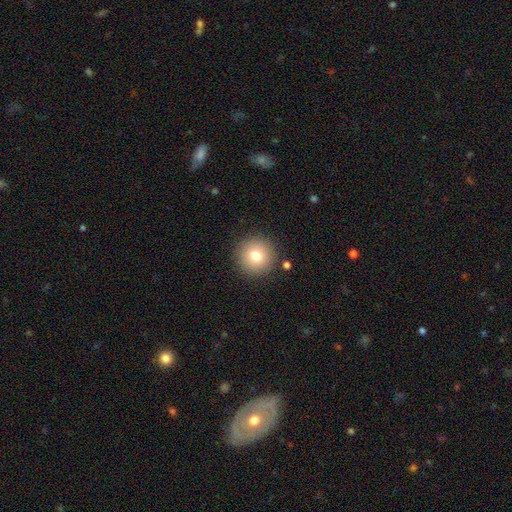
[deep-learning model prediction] smooth-or-featured: smooth: 77% | featured or disk: 12% | star or artifact: 11%
  how-rounded: round: 95% | in between: 4% | cigar-shaped: 1%
  merging: none: 89% | minor disturbance: 6% | major disturbance: 2% | merger: 2%